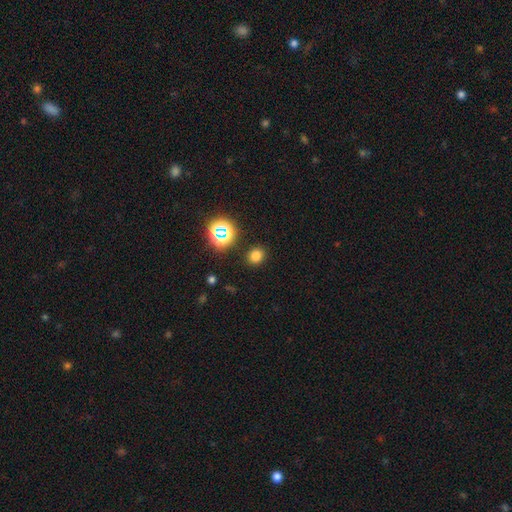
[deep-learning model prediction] A smooth galaxy with no disk features (74%) that is round (71%).

Vote fractions:
- Smooth or featured? smooth: 74% / star or artifact: 21% / featured or disk: 6%
- How rounded? round: 71% / in between: 28% / cigar-shaped: 1%
- Merging? none: 88% / minor disturbance: 7% / major disturbance: 3% / merger: 2%